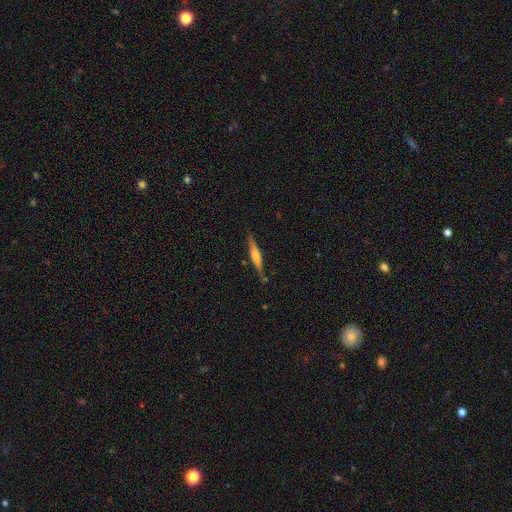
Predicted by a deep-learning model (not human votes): A featured or disk galaxy (69%) viewed edge-on (97%) with a rounded central bulge (76%). Merging: none (84%).